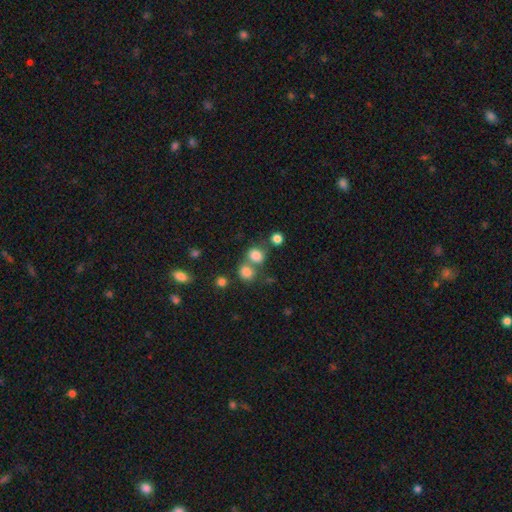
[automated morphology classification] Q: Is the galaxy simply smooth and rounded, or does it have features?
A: smooth — 80%.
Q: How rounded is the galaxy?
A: round — 72%.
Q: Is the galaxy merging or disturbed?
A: none — 53%.